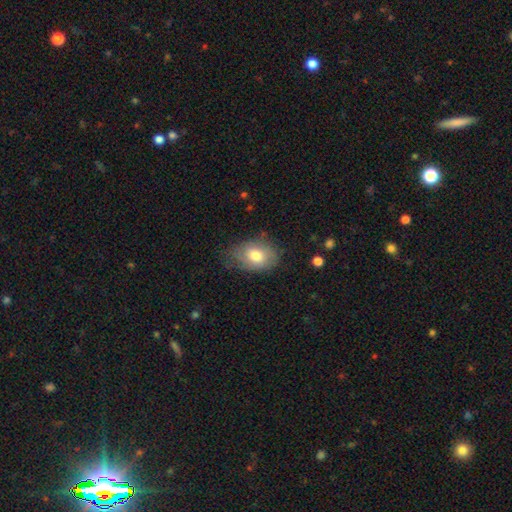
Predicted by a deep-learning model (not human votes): This appears to be a smooth galaxy with no disk features (67%) that is in between round and cigar-shaped (76%). Merging: none (60%).